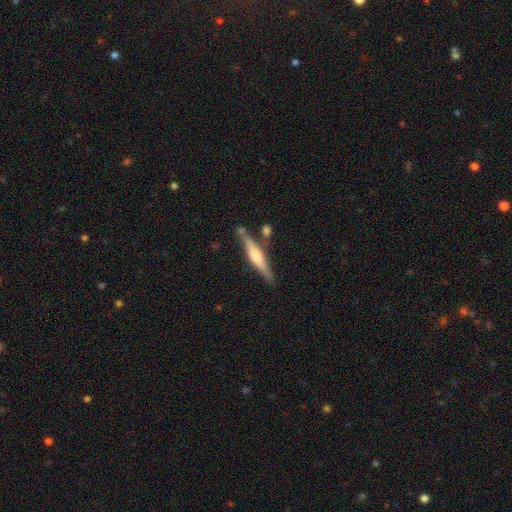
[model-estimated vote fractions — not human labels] featured or disk 64%, smooth 30%, star or artifact 6%. Down the decision tree: edge-on disk — yes (97%); edge-on bulge — rounded (74%); merging — none (77%).